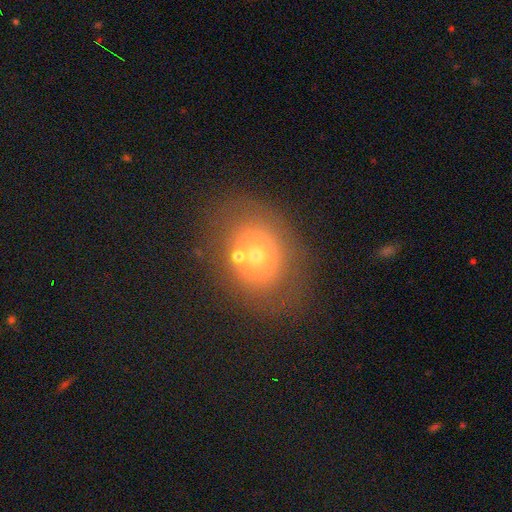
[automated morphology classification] This appears to be a smooth galaxy with no disk features (48%). Merging: none (64%).